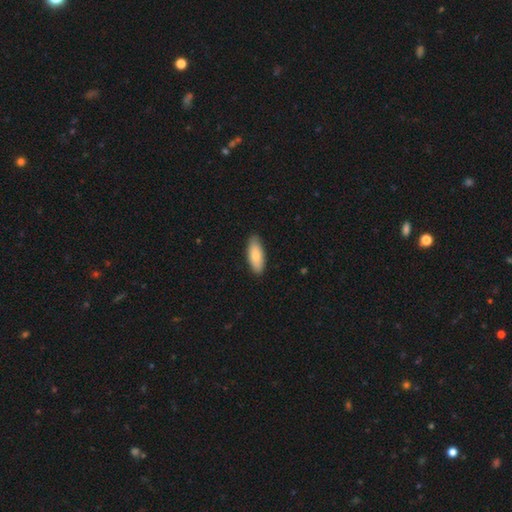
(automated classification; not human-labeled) A smooth galaxy with no disk features (81%) that is in between round and cigar-shaped (77%).

Vote fractions:
- Smooth or featured? smooth: 81% / featured or disk: 13% / star or artifact: 6%
- How rounded? in between: 77% / cigar-shaped: 21% / round: 2%
- Merging? none: 86% / minor disturbance: 11% / major disturbance: 2% / merger: 1%